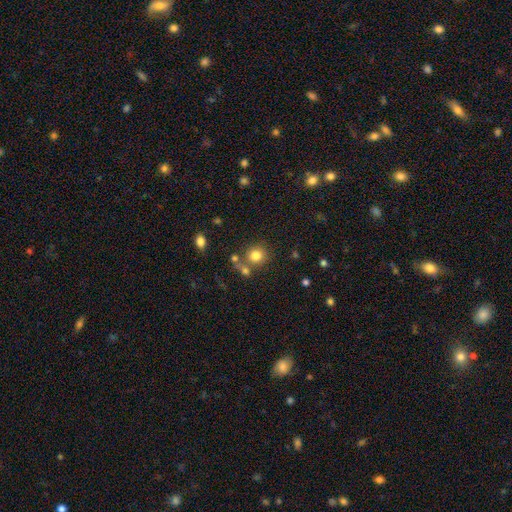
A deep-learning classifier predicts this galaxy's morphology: Overall: smooth (80%). How rounded: round (86%). Merging: none (69%).